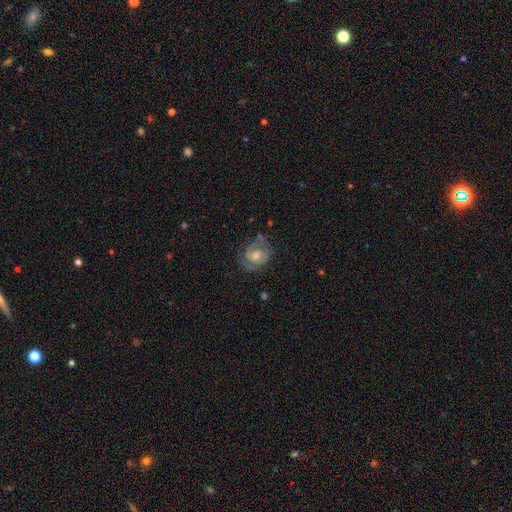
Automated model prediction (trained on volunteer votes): Overall: featured or disk (69%). Edge-on disk: no (97%). Bar: no (63%; weak 32%). Spiral arms: yes (89%). Spiral arm count: 2 (70%). Spiral winding: tight (49%; medium 39%). Bulge size: moderate (50%; small 29%). Merging: none (64%).